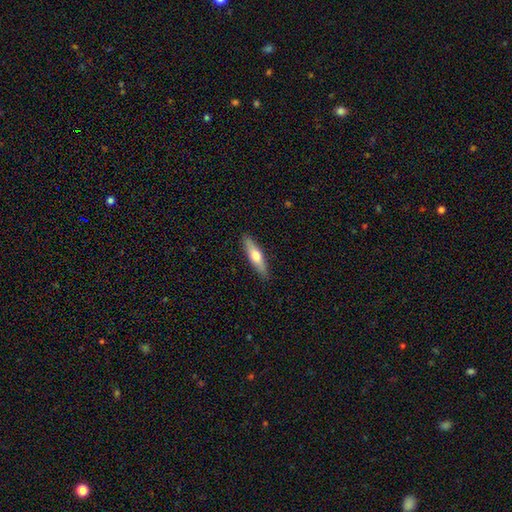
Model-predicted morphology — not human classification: Overall: smooth (56%; featured or disk 39%). How rounded: cigar-shaped (72%). Merging: none (89%).